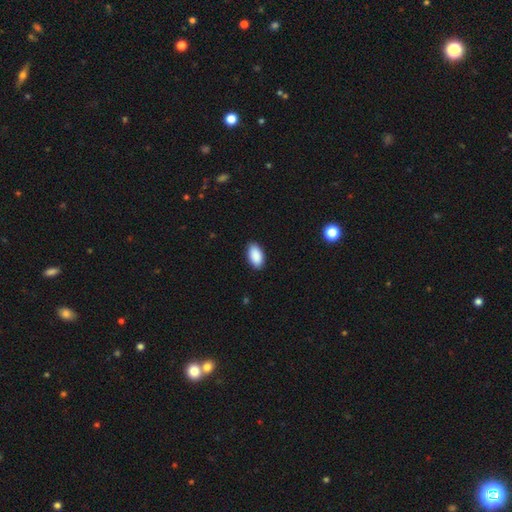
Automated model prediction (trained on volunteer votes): smooth-or-featured: smooth: 91% | star or artifact: 6% | featured or disk: 3%
  how-rounded: in between: 95% | round: 3% | cigar-shaped: 2%
  merging: none: 89% | minor disturbance: 8% | major disturbance: 2% | merger: 1%